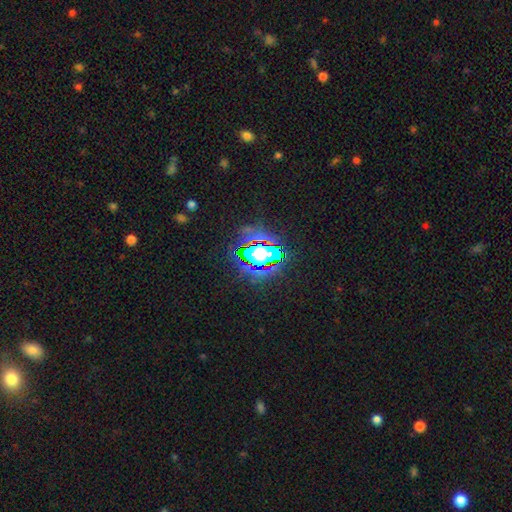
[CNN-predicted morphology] A star or artifact, not a galaxy (82%).

Vote fractions:
- Smooth or featured? star or artifact: 82% / smooth: 11% / featured or disk: 7%